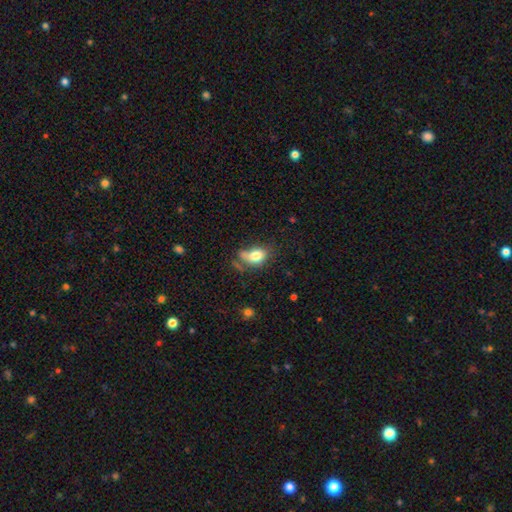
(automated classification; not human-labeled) Q: Smooth or featured?
A: smooth (78%); runner-up: featured or disk (13%)
Q: How rounded?
A: in between (76%); runner-up: round (22%)
Q: Merging?
A: none (45%); runner-up: minor disturbance (25%)